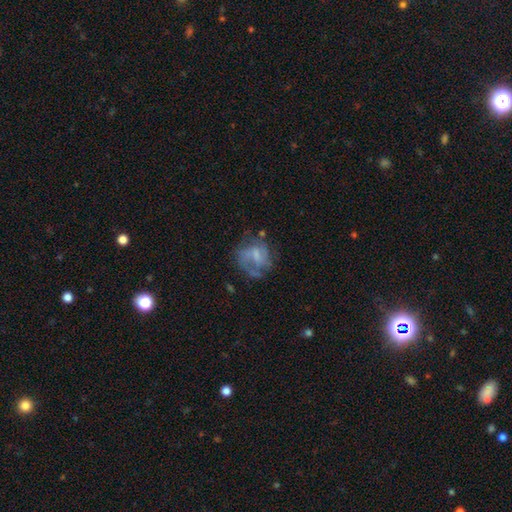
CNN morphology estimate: type=featured or disk (57%); edge-on=no (98%); bar=no (51%); spiral arms=yes (61%); bulge=small (38%); merging=none (44%).